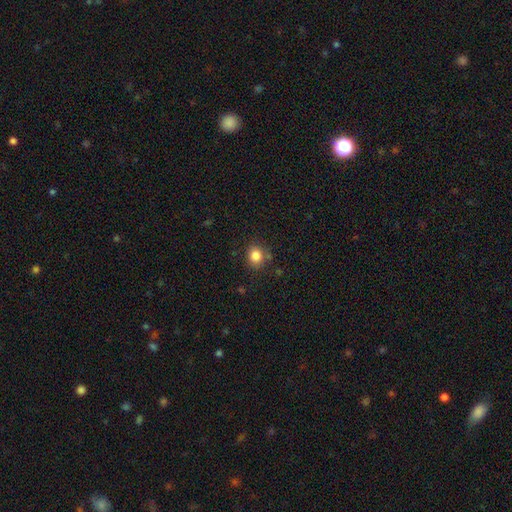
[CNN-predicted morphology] type=smooth (84%); roundness=round (73%); merging=none (82%).